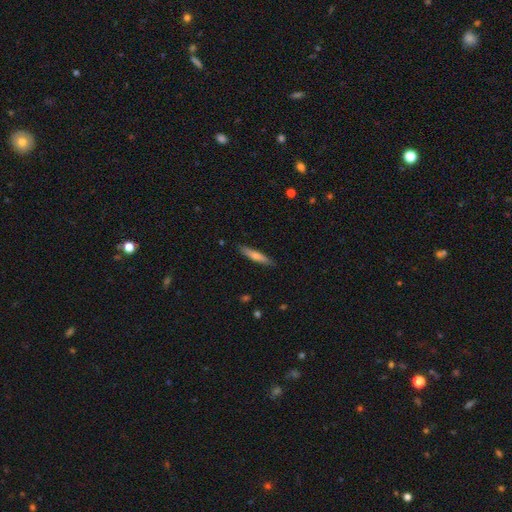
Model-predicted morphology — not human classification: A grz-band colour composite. It shows a smooth galaxy with no disk features (56%) that is cigar-shaped (91%). Merging: none (89%).